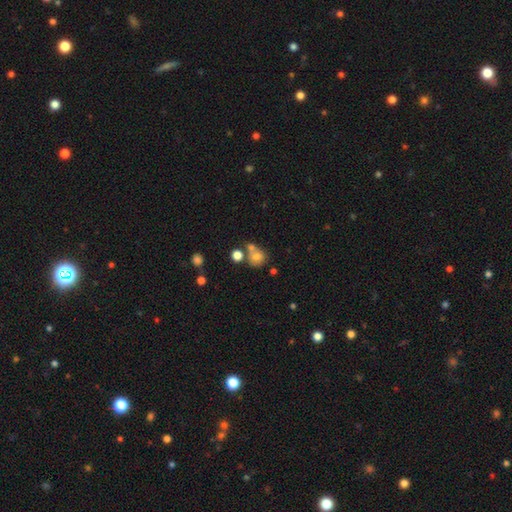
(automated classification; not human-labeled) The model was most divided on "merging": none: 47%, merger: 35%, minor disturbance: 12%, major disturbance: 6%. More confident: how rounded — round (81%); smooth or featured — smooth (73%).